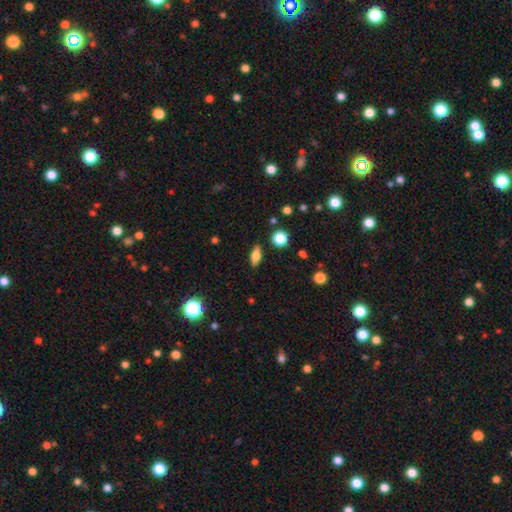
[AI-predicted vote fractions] The model was most divided on "smooth or featured": smooth: 68%, featured or disk: 23%, star or artifact: 10%. More confident: merging — none (86%); how rounded — in between (71%).